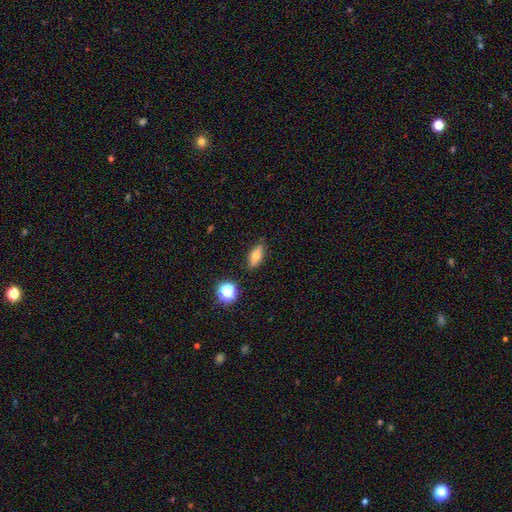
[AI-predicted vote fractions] A smooth galaxy with no disk features (63%) that is in between round and cigar-shaped (60%).

Vote fractions:
- Smooth or featured? smooth: 63% / featured or disk: 26% / star or artifact: 11%
- How rounded? in between: 60% / cigar-shaped: 33% / round: 7%
- Merging? none: 83% / minor disturbance: 12% / major disturbance: 3% / merger: 2%